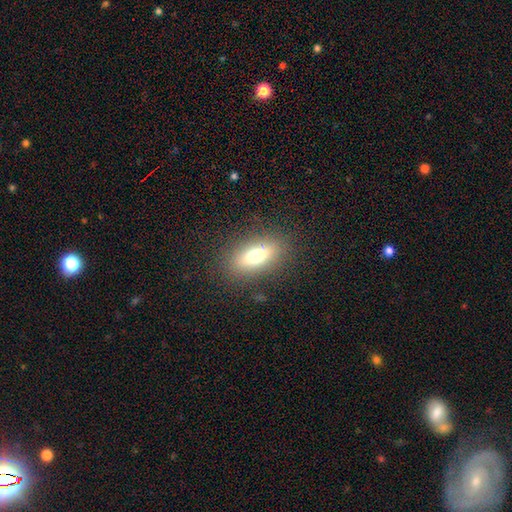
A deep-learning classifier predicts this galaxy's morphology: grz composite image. It shows a smooth galaxy with no disk features (66%) that is in between round and cigar-shaped (74%). Merging: none (84%).